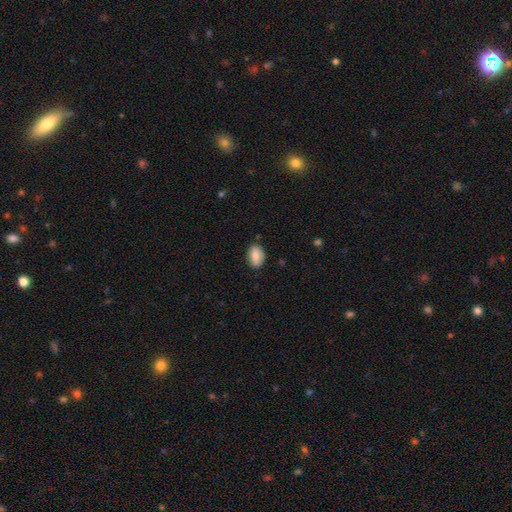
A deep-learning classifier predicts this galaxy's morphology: Smooth or featured? smooth (85%)
How rounded? in between (89%)
Merging? none (83%)